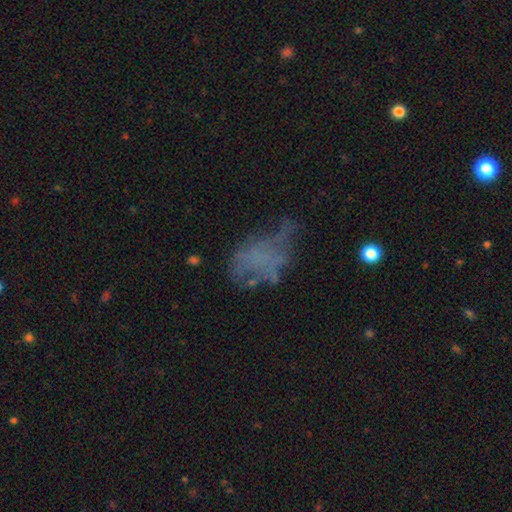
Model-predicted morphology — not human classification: type=featured or disk (39%); merging=none (36%).